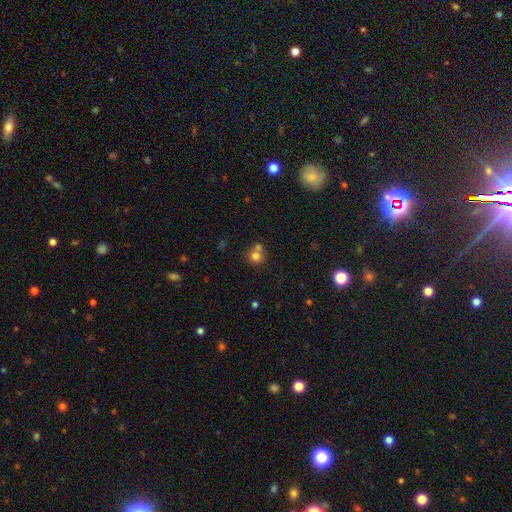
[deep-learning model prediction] smooth-or-featured: smooth: 75% | star or artifact: 13% | featured or disk: 12%
  how-rounded: round: 88% | in between: 11% | cigar-shaped: 1%
  merging: none: 50% | merger: 39% | minor disturbance: 8% | major disturbance: 3%